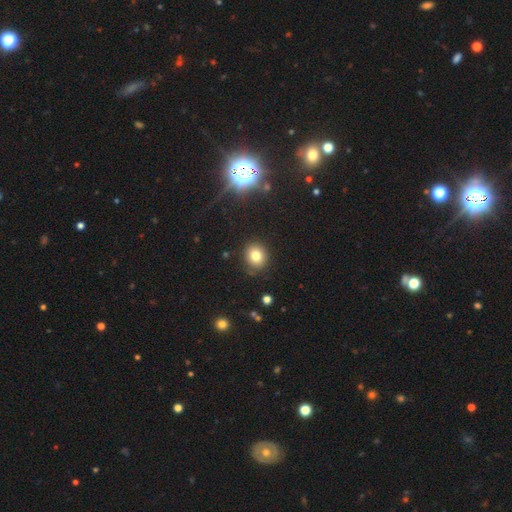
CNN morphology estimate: Smooth or featured: smooth — 78% (star or artifact — 14%)
How rounded: round — 83% (in between — 16%)
Merging: none — 87% (minor disturbance — 9%)